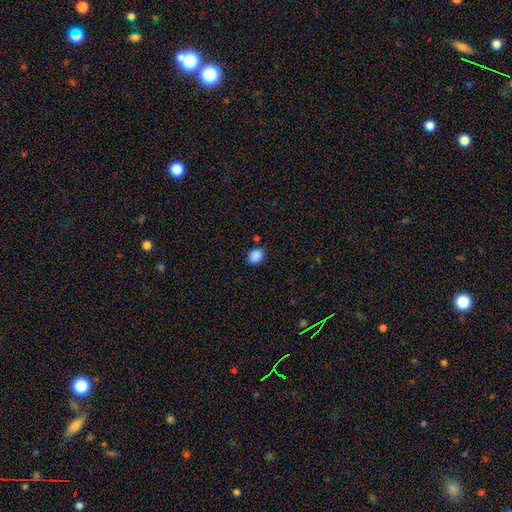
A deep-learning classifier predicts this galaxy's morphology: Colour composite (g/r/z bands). It shows a smooth galaxy with no disk features (88%) that is in between round and cigar-shaped (52%). Merging: none (80%).